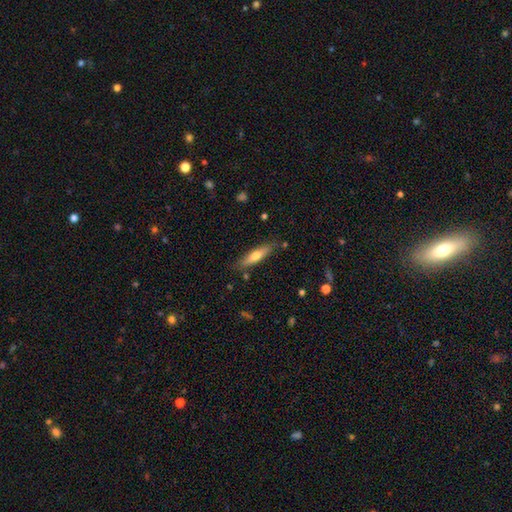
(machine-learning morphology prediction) Overall: smooth (55%; featured or disk 39%). How rounded: cigar-shaped (77%). Merging: none (81%).